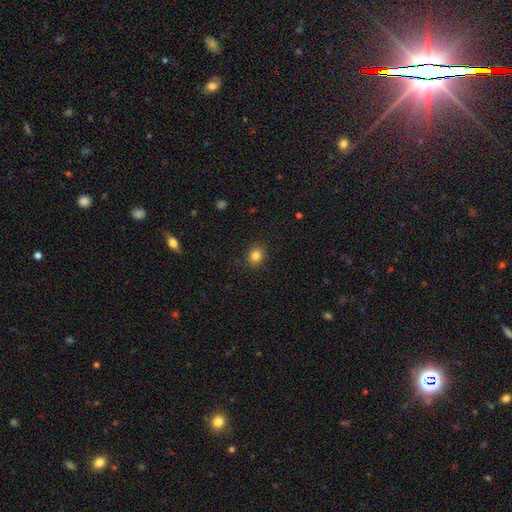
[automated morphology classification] smooth-or-featured: smooth: 84% | star or artifact: 11% | featured or disk: 5%
  how-rounded: round: 66% | in between: 33% | cigar-shaped: 1%
  merging: none: 88% | minor disturbance: 9% | major disturbance: 2% | merger: 1%